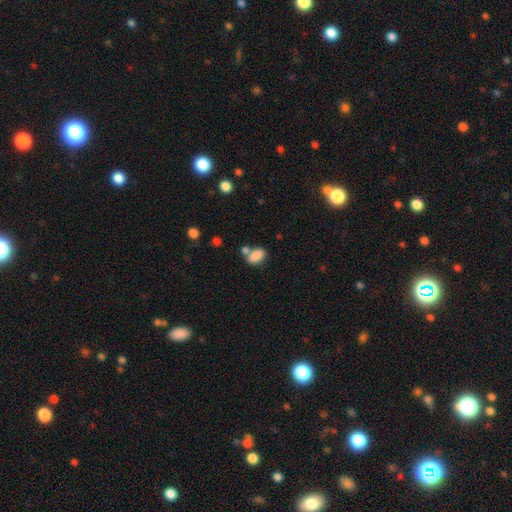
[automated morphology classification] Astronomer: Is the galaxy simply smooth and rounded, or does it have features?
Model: smooth — 85%.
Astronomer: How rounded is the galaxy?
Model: in between — 87%.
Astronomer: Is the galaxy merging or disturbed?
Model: none — 52% (runner-up: merger, 29%).